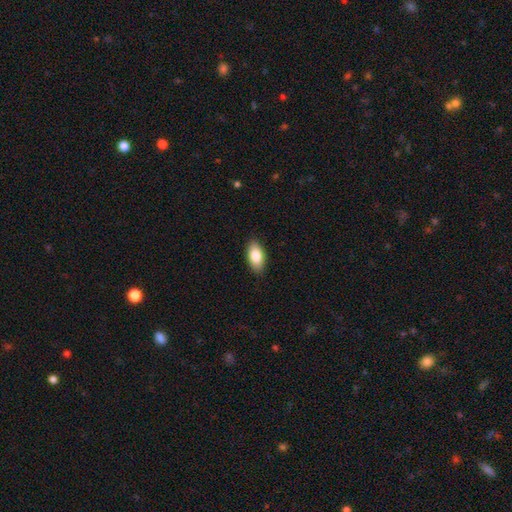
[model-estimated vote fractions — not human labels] smooth-or-featured: smooth: 84% | featured or disk: 10% | star or artifact: 6%
  how-rounded: in between: 92% | cigar-shaped: 5% | round: 3%
  merging: none: 88% | minor disturbance: 9% | major disturbance: 2% | merger: 1%